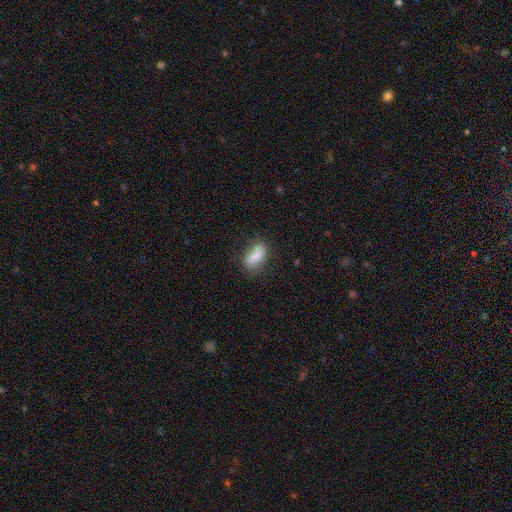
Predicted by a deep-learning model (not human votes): Smooth or featured: smooth — 76% (featured or disk — 16%)
How rounded: in between — 78% (cigar-shaped — 18%)
Merging: none — 70% (minor disturbance — 21%)